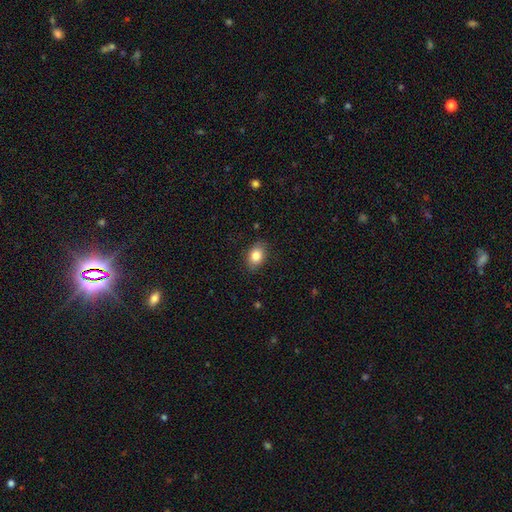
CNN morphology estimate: Overall: smooth (84%). How rounded: in between (79%). Merging: none (85%).